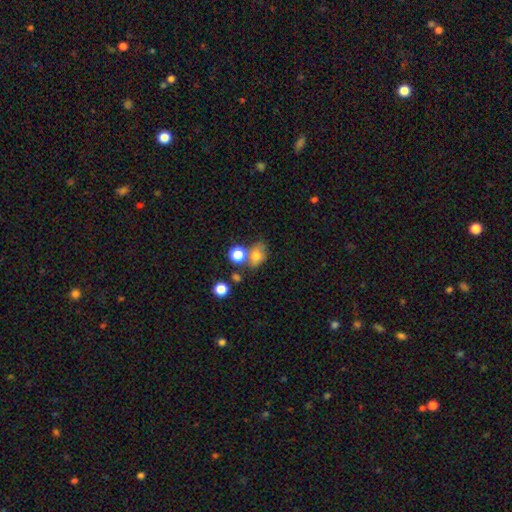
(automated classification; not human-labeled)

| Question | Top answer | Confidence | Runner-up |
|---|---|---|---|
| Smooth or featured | smooth | 74% | star or artifact (13%) |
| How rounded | in between | 59% | round (40%) |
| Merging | none | 49% | merger (27%) |